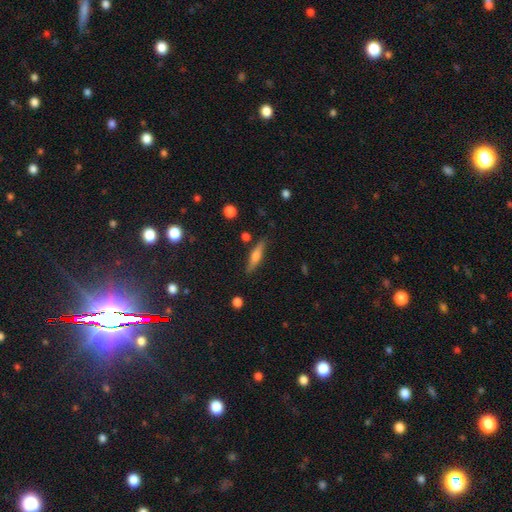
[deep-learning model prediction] Smooth or featured? Predicted: smooth (p=0.47). Merging? Predicted: none (p=0.84).